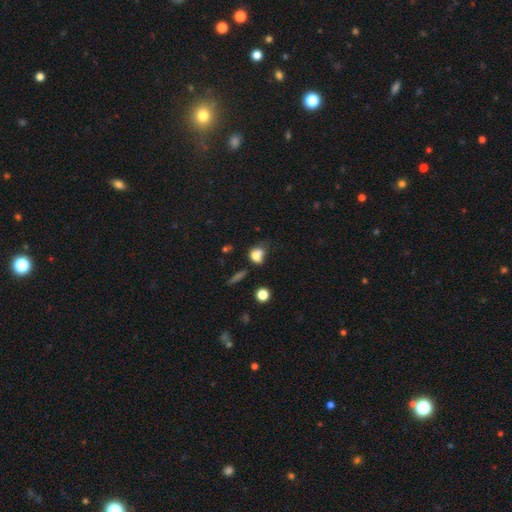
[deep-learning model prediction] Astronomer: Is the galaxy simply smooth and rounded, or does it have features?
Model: smooth — 73%.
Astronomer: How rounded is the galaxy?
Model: round — 51% (runner-up: in between, 47%).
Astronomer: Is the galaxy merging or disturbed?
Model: none — 34% (runner-up: merger, 28%).